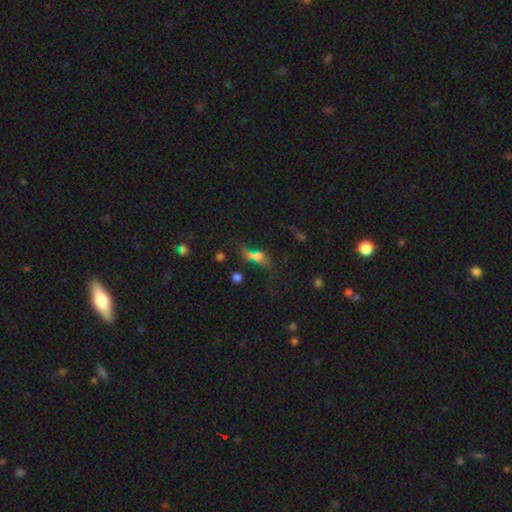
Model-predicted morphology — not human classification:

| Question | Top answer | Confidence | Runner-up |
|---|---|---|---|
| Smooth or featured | smooth | 53% | star or artifact (25%) |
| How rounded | in between | 55% | cigar-shaped (26%) |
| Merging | none | 46% | major disturbance (20%) |